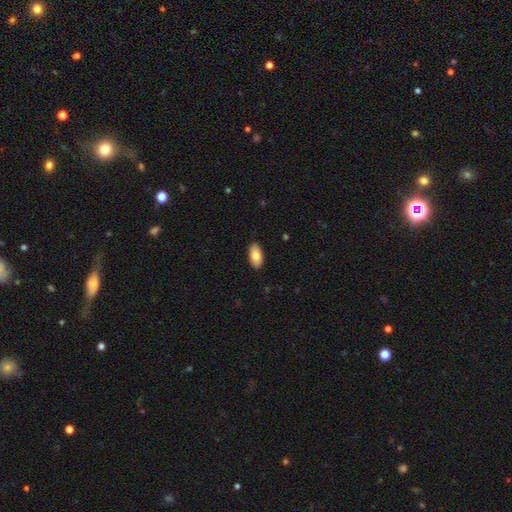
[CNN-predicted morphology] A smooth galaxy with no disk features (80%) that is in between round and cigar-shaped (94%).

Vote fractions:
- Smooth or featured? smooth: 80% / featured or disk: 14% / star or artifact: 6%
- How rounded? in between: 94% / cigar-shaped: 3% / round: 3%
- Merging? none: 90% / minor disturbance: 8% / major disturbance: 2% / merger: 1%